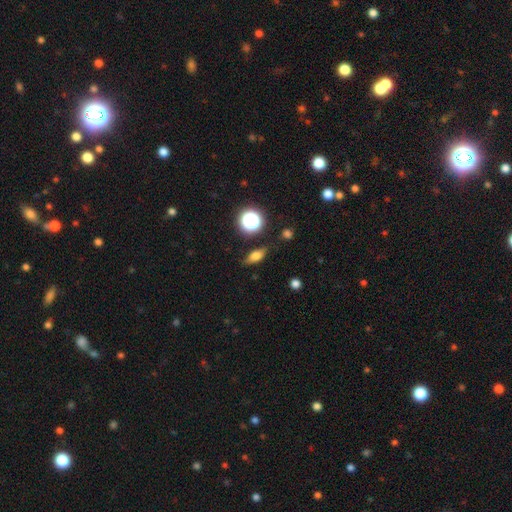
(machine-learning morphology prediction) type=smooth (64%); roundness=in between (58%); merging=none (77%).